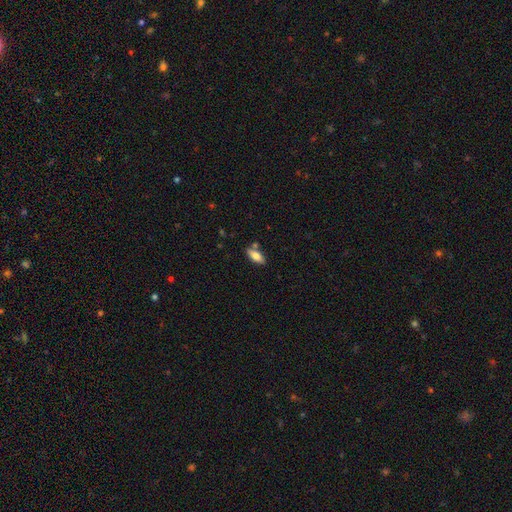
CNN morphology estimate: Smooth or featured?
  - smooth: 71% *
  - featured or disk: 22%
  - star or artifact: 7%
How rounded?
  - in between: 73% *
  - cigar-shaped: 24%
  - round: 3%
Merging?
  - none: 75% *
  - minor disturbance: 14%
  - merger: 9%
  - major disturbance: 3%